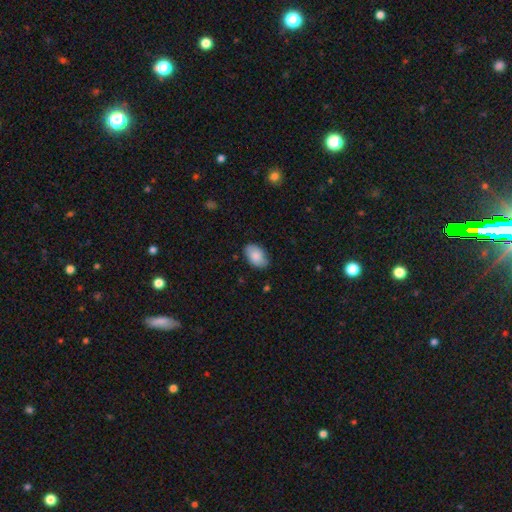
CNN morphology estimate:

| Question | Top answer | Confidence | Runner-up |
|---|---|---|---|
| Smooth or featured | smooth | 84% | featured or disk (9%) |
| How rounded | in between | 92% | round (7%) |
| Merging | none | 79% | minor disturbance (17%) |